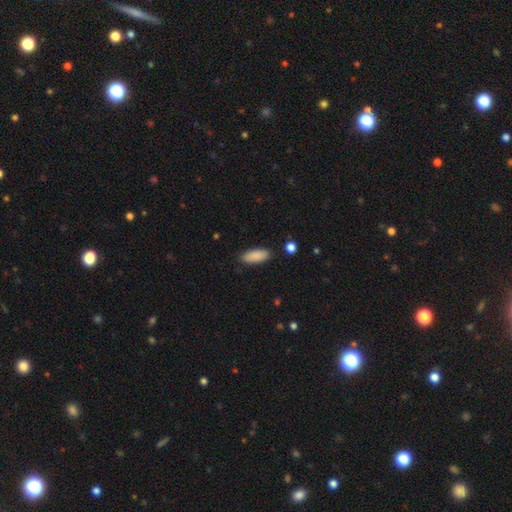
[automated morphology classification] type=smooth (89%); roundness=in between (71%); merging=none (88%).